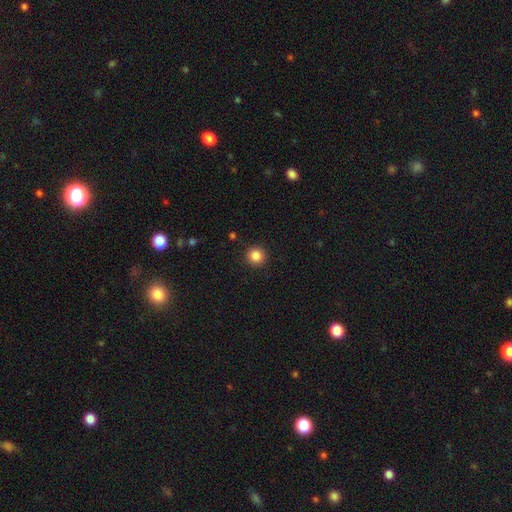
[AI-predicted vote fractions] Morphology: type=smooth (86%); roundness=round (94%); merging=none (92%).